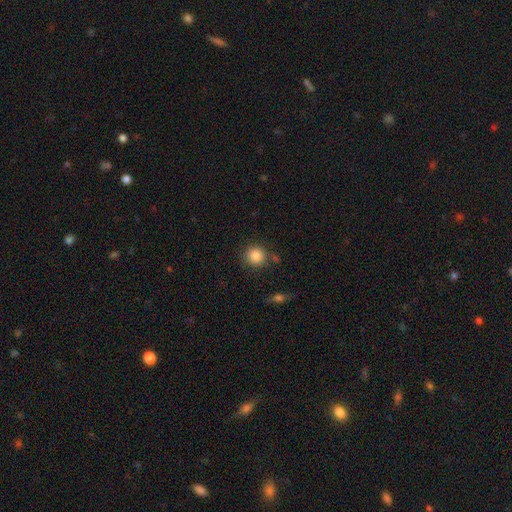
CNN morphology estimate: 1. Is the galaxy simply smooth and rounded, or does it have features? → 85% smooth, 10% star or artifact, 5% featured or disk.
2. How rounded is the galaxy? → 91% round, 8% in between, 1% cigar-shaped.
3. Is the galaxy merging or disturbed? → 81% none, 10% minor disturbance, 6% merger, 3% major disturbance.